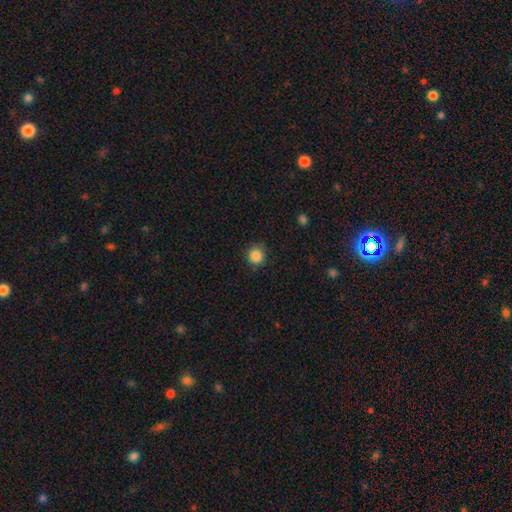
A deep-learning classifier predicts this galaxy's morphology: smooth 87%, star or artifact 10%, featured or disk 3%. Down the decision tree: how rounded — round (88%); merging — none (85%).